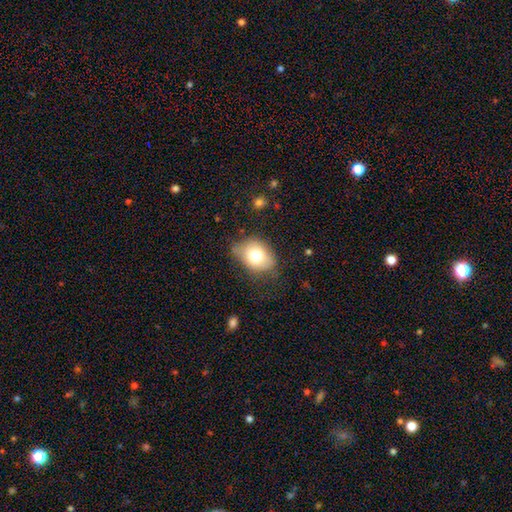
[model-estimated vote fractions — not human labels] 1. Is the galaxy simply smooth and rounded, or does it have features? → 74% smooth, 16% featured or disk, 9% star or artifact.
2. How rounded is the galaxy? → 69% in between, 30% round, 1% cigar-shaped.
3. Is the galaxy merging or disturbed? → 62% none, 27% minor disturbance, 8% major disturbance, 2% merger.